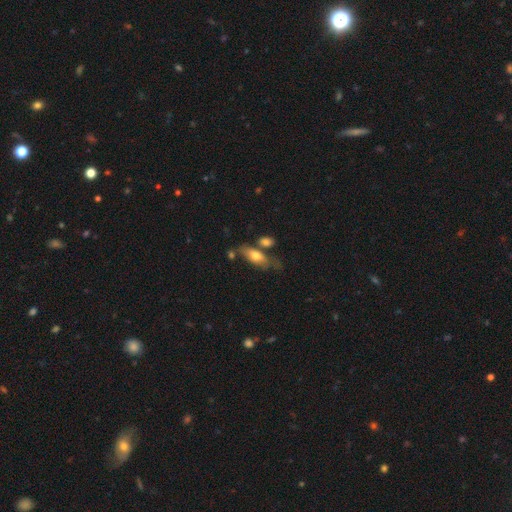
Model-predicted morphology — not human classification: smooth 65%, featured or disk 28%, star or artifact 7%. Down the decision tree: how rounded — in between (71%); merging — none (54%).